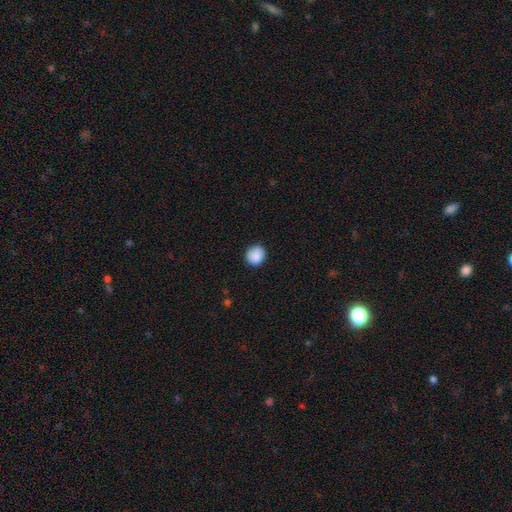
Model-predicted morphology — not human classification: The model was most divided on "merging": none: 87%, minor disturbance: 9%, major disturbance: 2%, merger: 1%. More confident: how rounded — round (89%); smooth or featured — smooth (88%).